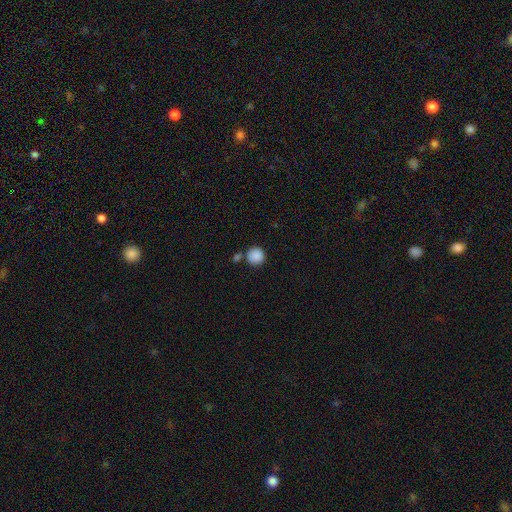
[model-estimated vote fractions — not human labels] smooth_or_featured: smooth (p=0.88) [alt: star or artifact p=0.08]
how_rounded: round (p=0.94) [alt: in between p=0.05]
merging: none (p=0.73) [alt: merger p=0.14]